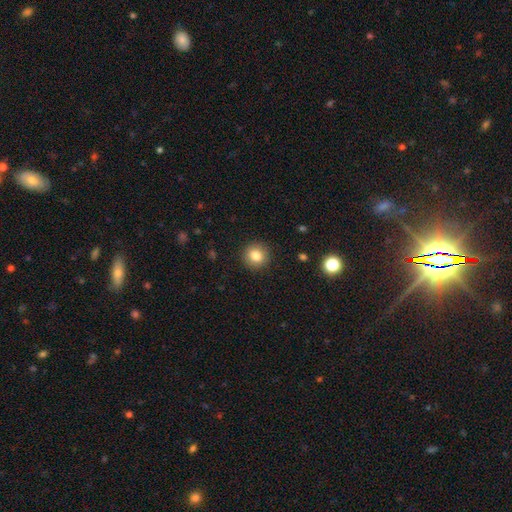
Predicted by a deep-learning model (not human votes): Smooth or featured? Predicted: smooth (p=0.82). How rounded? Predicted: round (p=0.91). Merging? Predicted: none (p=0.91).